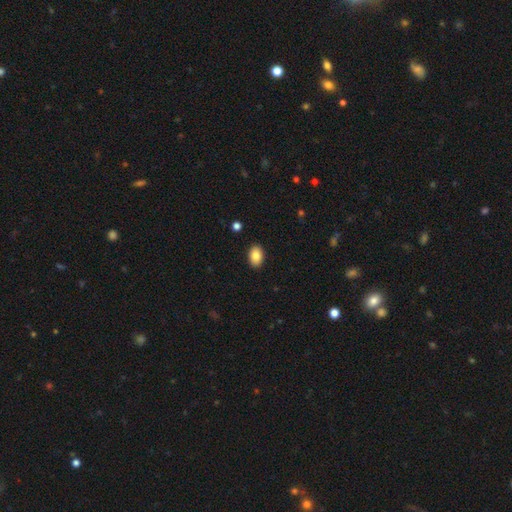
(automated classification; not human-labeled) smooth_or_featured: smooth (p=0.86) [alt: star or artifact p=0.08]
how_rounded: in between (p=0.87) [alt: round p=0.12]
merging: none (p=0.90) [alt: minor disturbance p=0.07]